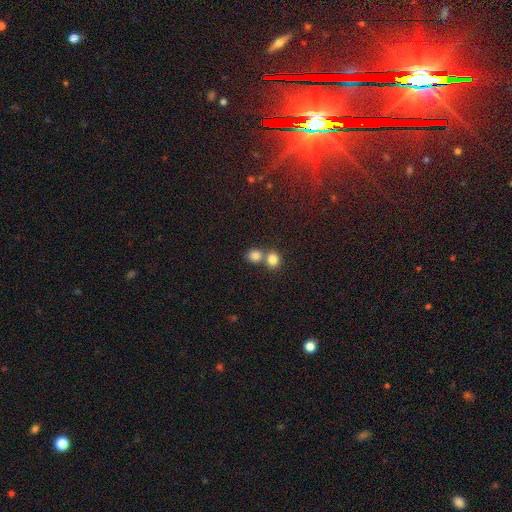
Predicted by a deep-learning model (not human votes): Smooth or featured? Predicted: smooth (p=0.82). How rounded? Predicted: round (p=0.73). Merging? Predicted: merger (p=0.48).